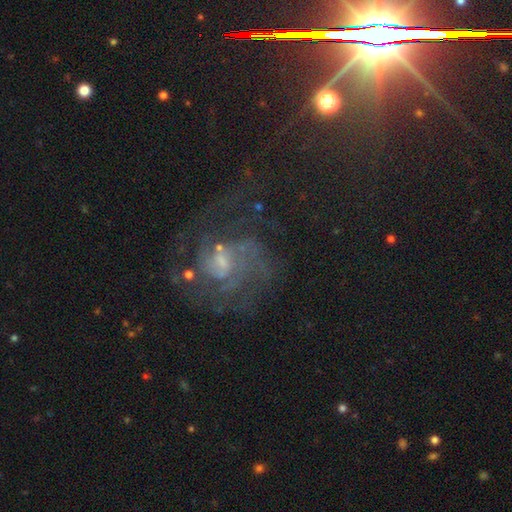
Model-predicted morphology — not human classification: The model was most divided on "bar": no: 54%, weak: 36%, strong: 10%. More confident: edge-on disk — no (96%); spiral arms — yes (85%); smooth or featured — featured or disk (61%); merging — none (58%); bulge size — small (53%).